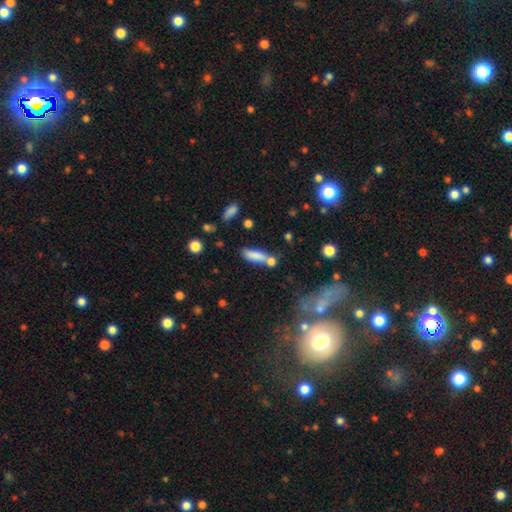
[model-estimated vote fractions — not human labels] Q: Smooth or featured?
A: smooth (79%); runner-up: featured or disk (12%)
Q: How rounded?
A: cigar-shaped (49%); tied with: in between (49%)
Q: Merging?
A: none (51%); runner-up: merger (27%)